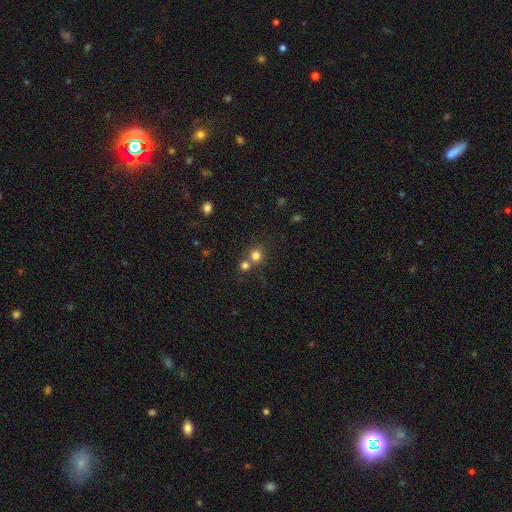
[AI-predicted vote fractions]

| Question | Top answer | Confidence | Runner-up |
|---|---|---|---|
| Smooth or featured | smooth | 78% | star or artifact (15%) |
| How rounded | round | 90% | in between (9%) |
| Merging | none | 57% | merger (34%) |